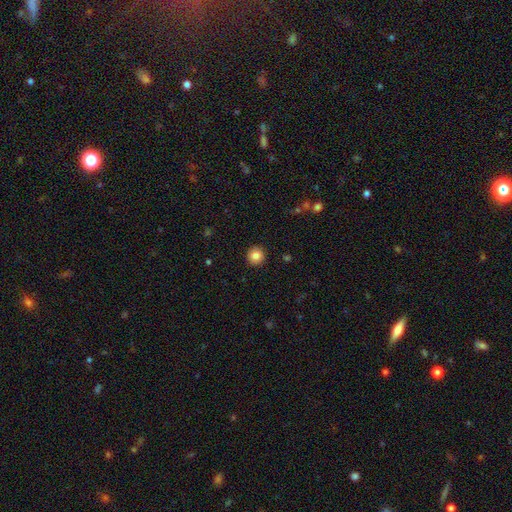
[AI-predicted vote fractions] Smooth or featured: smooth — 85% (star or artifact — 10%)
How rounded: round — 95% (in between — 4%)
Merging: none — 93% (minor disturbance — 5%)